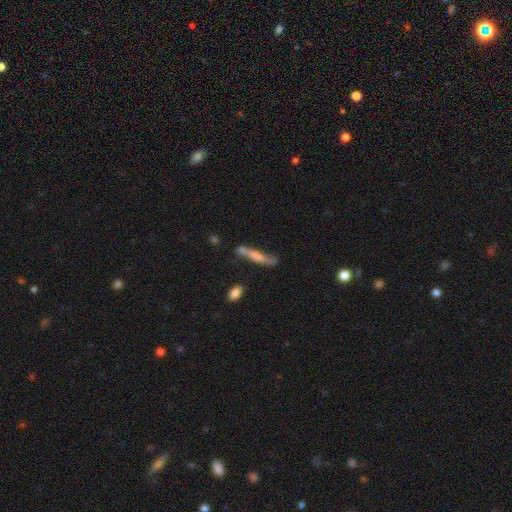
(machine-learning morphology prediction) This appears to be a smooth galaxy with no disk features (55%) that is cigar-shaped (92%). Merging: none (70%).